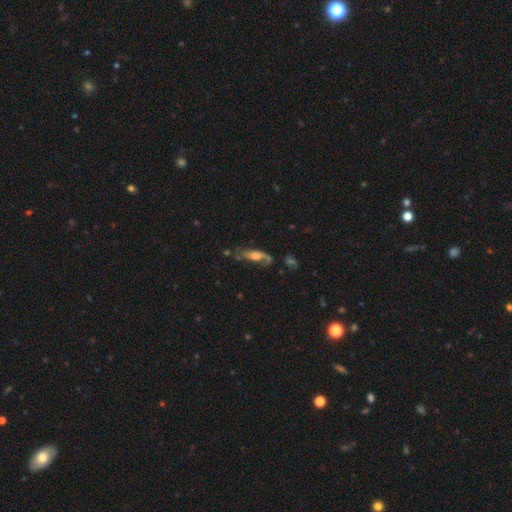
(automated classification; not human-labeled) Smooth or featured? featured or disk (56%)
Edge-on disk? no (73%)
Merging? none (45%)